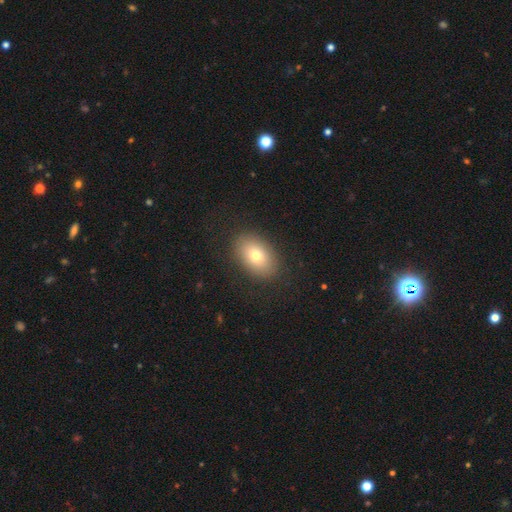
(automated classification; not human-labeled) smooth_or_featured: smooth (p=0.74) [alt: featured or disk p=0.16]
how_rounded: in between (p=0.84) [alt: round p=0.15]
merging: none (p=0.87) [alt: minor disturbance p=0.09]